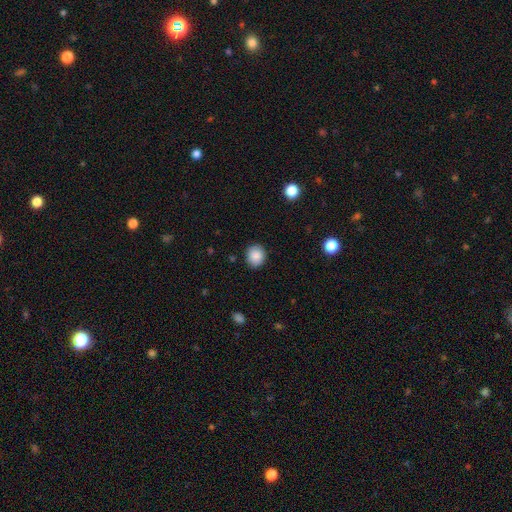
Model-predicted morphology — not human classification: This is clearly a smooth galaxy (87%). How rounded: clearly round (82%). Merging: clearly none (88%).